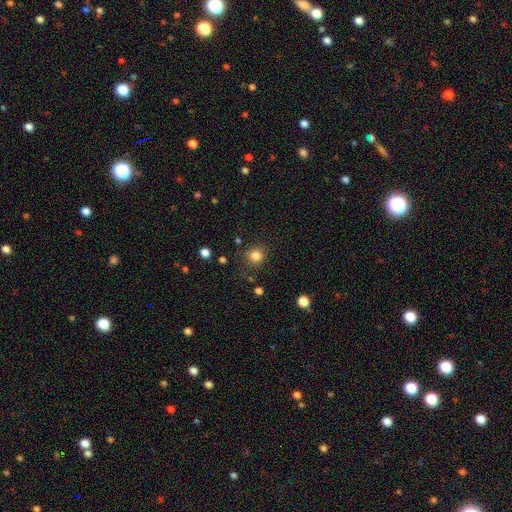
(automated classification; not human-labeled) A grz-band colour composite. It shows a smooth galaxy with no disk features (83%) that is round (87%). Merging: none (82%).